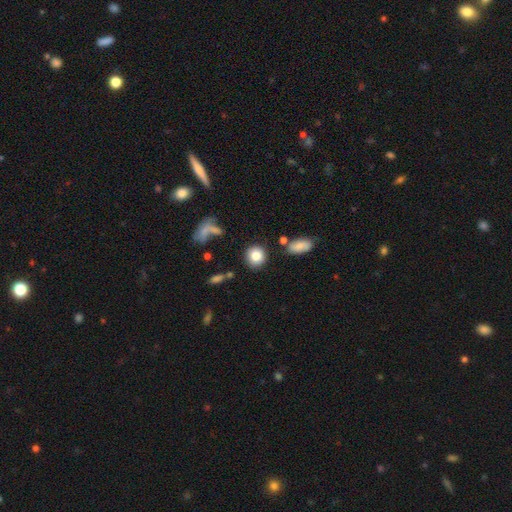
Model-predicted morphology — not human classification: smooth-or-featured: smooth: 83% | star or artifact: 9% | featured or disk: 8%
  how-rounded: round: 84% | in between: 15% | cigar-shaped: 1%
  merging: none: 84% | minor disturbance: 9% | merger: 5% | major disturbance: 3%